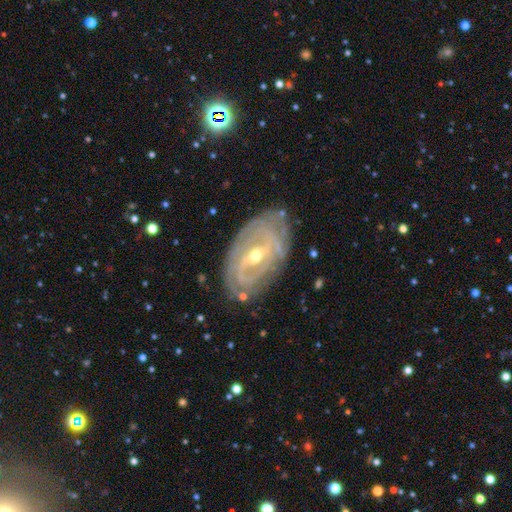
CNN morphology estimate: This is clearly a featured or disk galaxy (87%). It is clearly not viewed edge-on (94%). Bar: marginally weak (42%). Spiral arm pattern: clearly yes (90%). Spiral arm count: marginally can't tell (38%). Spiral winding: likely tight (73%). Central bulge: possibly moderate (55%). Merging: likely none (77%).